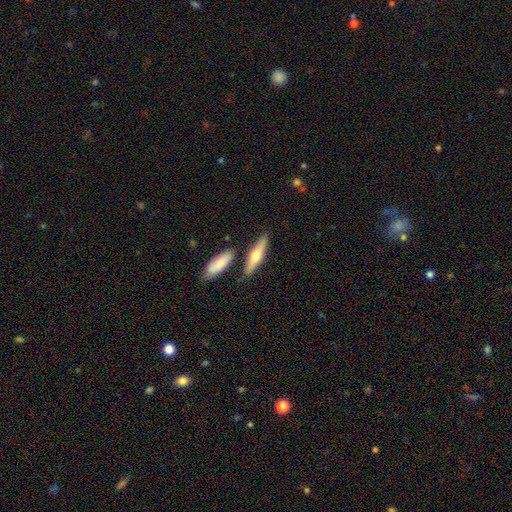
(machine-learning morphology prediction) smooth-or-featured: smooth: 49% | featured or disk: 45% | star or artifact: 5%
  merging: none: 78% | minor disturbance: 11% | merger: 9% | major disturbance: 3%